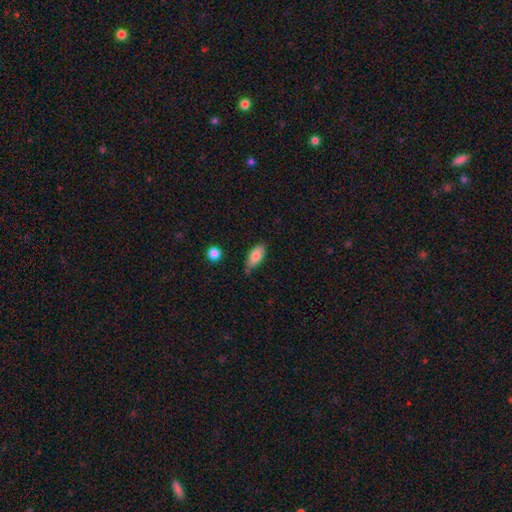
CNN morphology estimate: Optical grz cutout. It shows a smooth galaxy with no disk features (80%) that is in between round and cigar-shaped (89%). Merging: none (69%).